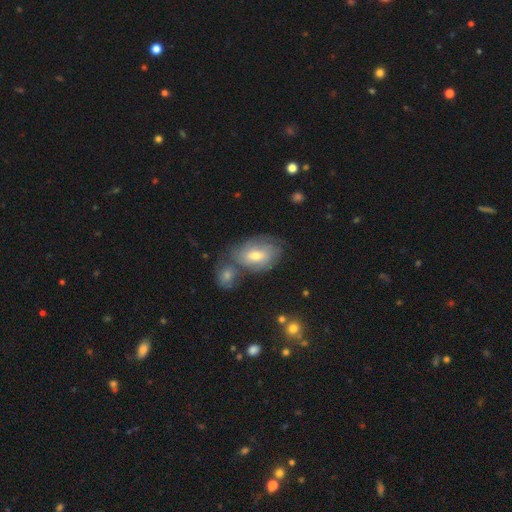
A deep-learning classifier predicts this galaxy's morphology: Smooth or featured? Predicted: featured or disk (p=0.51). Edge-on disk? Predicted: no (p=0.93). Merging? Predicted: none (p=0.52).